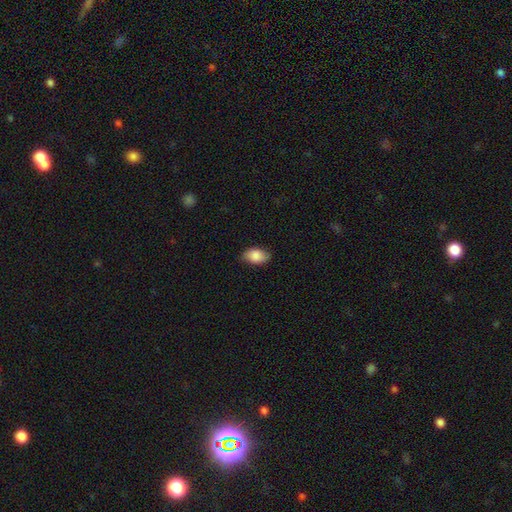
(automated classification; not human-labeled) Smooth or featured? Predicted: smooth (p=0.87). How rounded? Predicted: in between (p=0.90). Merging? Predicted: none (p=0.82).